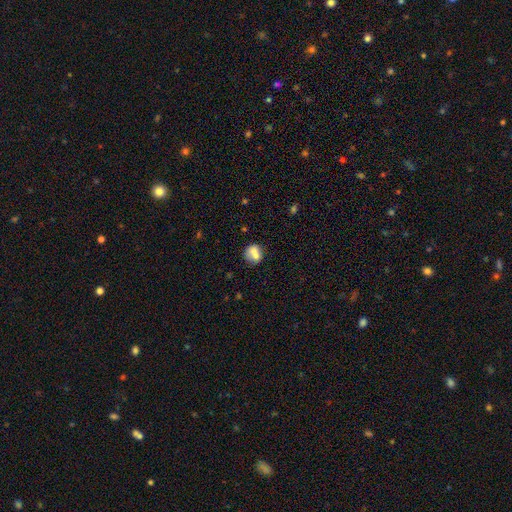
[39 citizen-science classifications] Smooth or featured? smooth (79%)
How rounded? round (71%)
Merging? merger (50%)